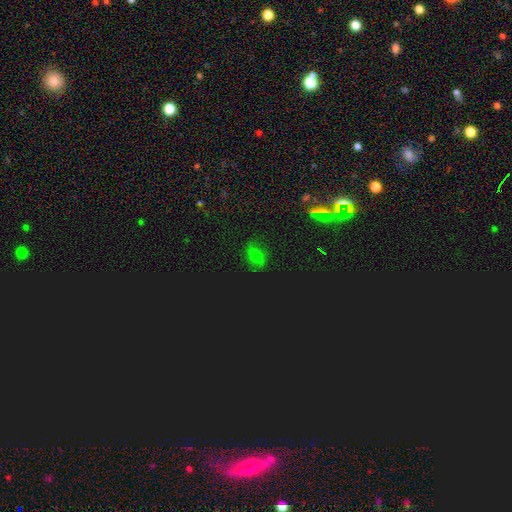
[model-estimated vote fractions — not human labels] This is marginally a smooth galaxy (45%). Merging: likely none (74%).